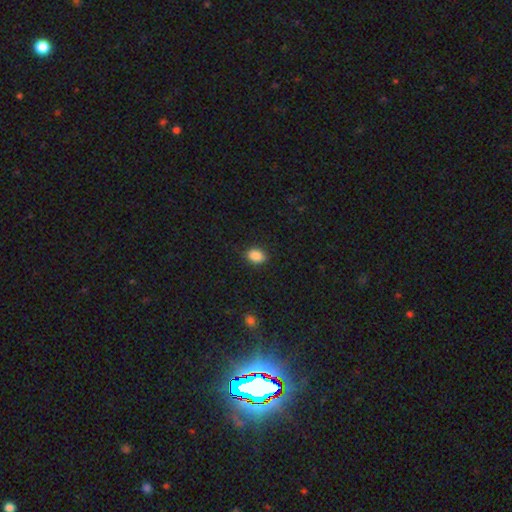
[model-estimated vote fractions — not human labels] This is clearly a smooth galaxy (88%). How rounded: likely in between (76%). Merging: clearly none (87%).